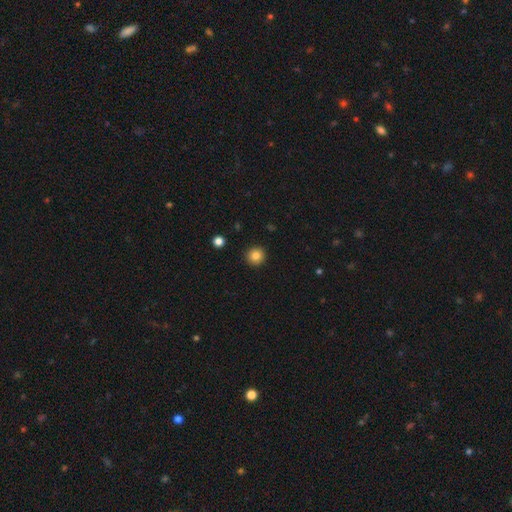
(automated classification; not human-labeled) smooth_or_featured: smooth (p=0.84) [alt: star or artifact p=0.10]
how_rounded: round (p=0.94) [alt: in between p=0.05]
merging: none (p=0.93) [alt: minor disturbance p=0.05]